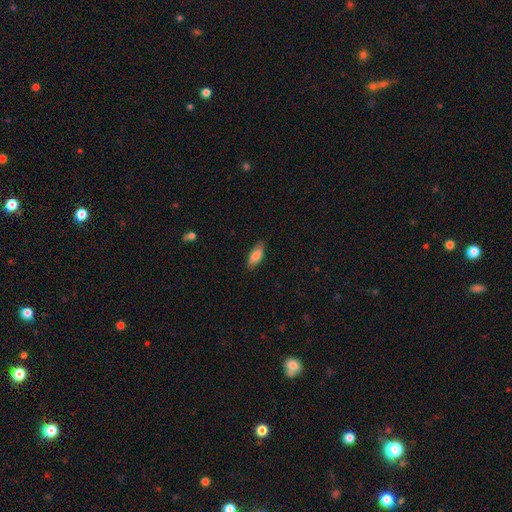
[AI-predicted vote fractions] Smooth or featured? Predicted: smooth (p=0.84). How rounded? Predicted: in between (p=0.79). Merging? Predicted: none (p=0.85).